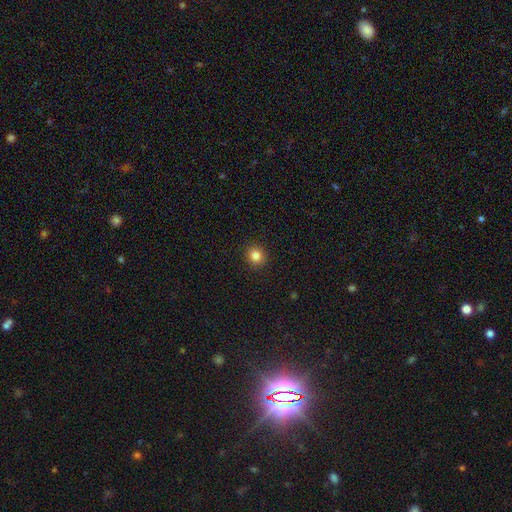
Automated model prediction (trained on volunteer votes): smooth_or_featured: smooth (p=0.84) [alt: star or artifact p=0.11]
how_rounded: round (p=0.89) [alt: in between p=0.10]
merging: none (p=0.92) [alt: minor disturbance p=0.05]